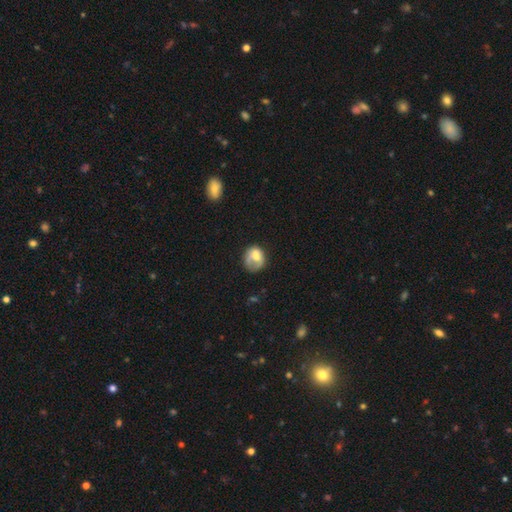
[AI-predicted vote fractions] Overall: smooth (66%). How rounded: round (58%; in between 41%). Merging: none (39%; minor disturbance 28%).